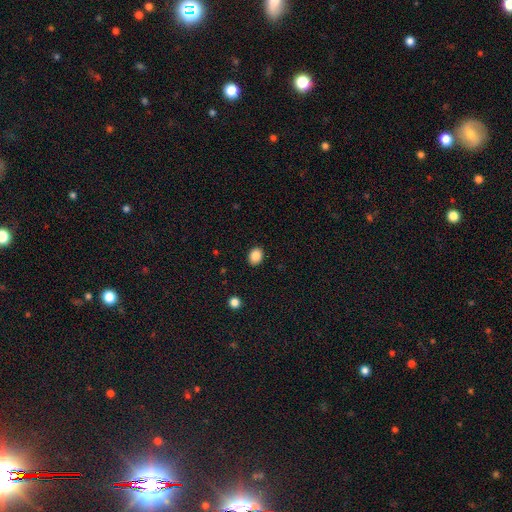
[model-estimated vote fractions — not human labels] smooth-or-featured: smooth: 87% | star or artifact: 9% | featured or disk: 4%
  how-rounded: in between: 57% | round: 42% | cigar-shaped: 1%
  merging: none: 90% | minor disturbance: 7% | major disturbance: 2% | merger: 1%